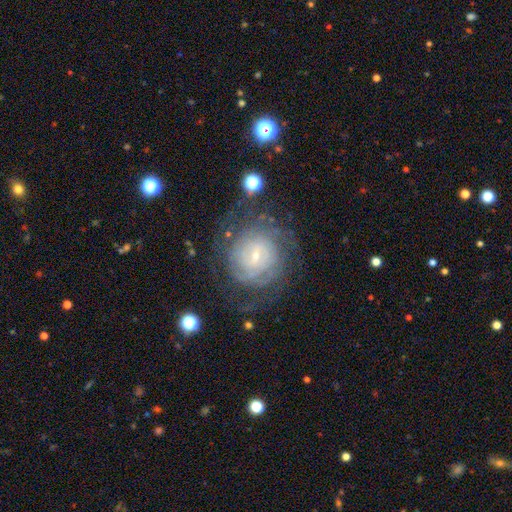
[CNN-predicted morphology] Smooth or featured? Predicted: featured or disk (p=0.77). Edge-on disk? Predicted: no (p=0.97). Bar? Predicted: no (p=0.54). Spiral arms? Predicted: yes (p=0.91). Spiral winding? Predicted: tight (p=0.74). Spiral arm count? Predicted: can't tell (p=0.49). Bulge size? Predicted: small (p=0.82). Merging? Predicted: none (p=0.69).